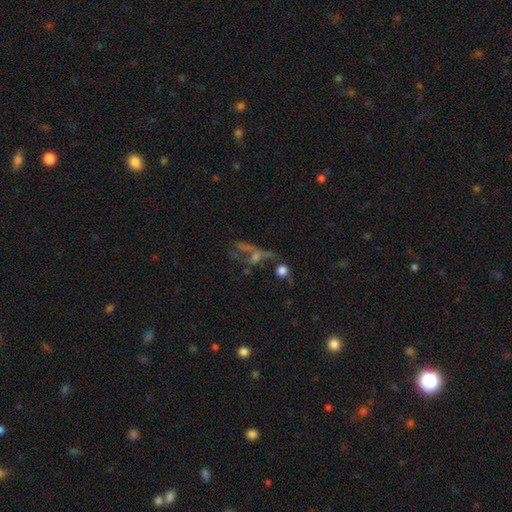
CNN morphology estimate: Smooth or featured: featured or disk — 39% (star or artifact — 35%)
Merging: none — 34% (major disturbance — 31%)